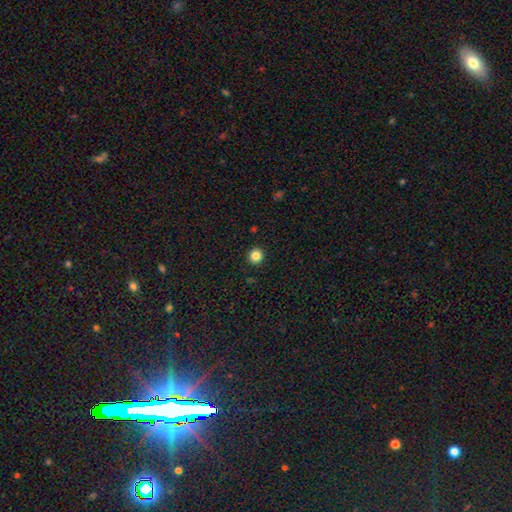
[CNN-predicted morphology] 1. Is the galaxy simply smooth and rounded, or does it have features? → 85% smooth, 11% star or artifact, 4% featured or disk.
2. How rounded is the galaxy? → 93% round, 6% in between, 1% cigar-shaped.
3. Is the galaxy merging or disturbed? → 93% none, 5% minor disturbance, 2% major disturbance, 1% merger.